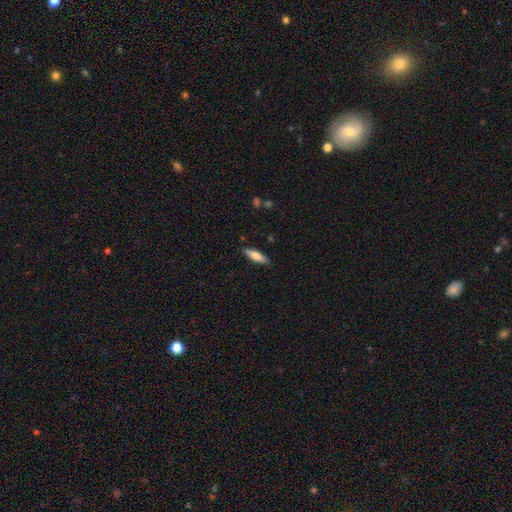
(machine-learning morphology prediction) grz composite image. It shows a smooth galaxy with no disk features (66%) that is cigar-shaped (57%). Merging: none (88%).